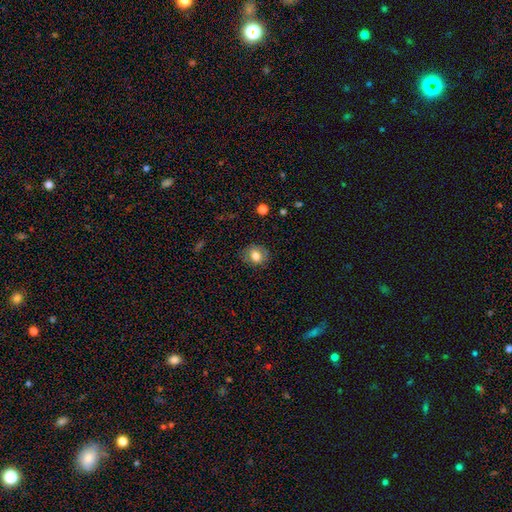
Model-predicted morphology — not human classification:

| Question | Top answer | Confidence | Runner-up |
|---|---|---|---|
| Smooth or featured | smooth | 78% | featured or disk (12%) |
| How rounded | round | 60% | in between (39%) |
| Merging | none | 83% | minor disturbance (13%) |